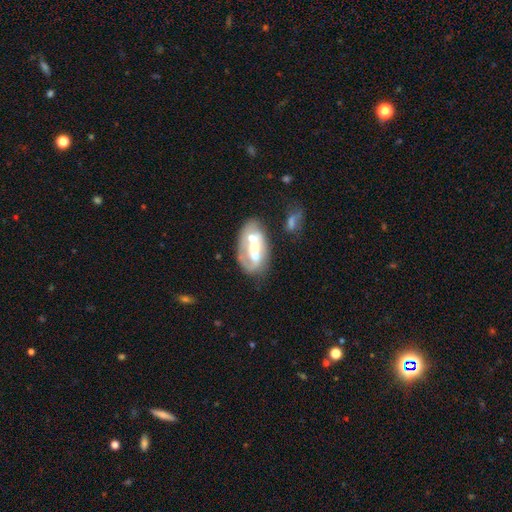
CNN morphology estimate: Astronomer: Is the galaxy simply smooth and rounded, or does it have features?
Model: featured or disk — 64%.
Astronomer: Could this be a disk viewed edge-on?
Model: no — 96%.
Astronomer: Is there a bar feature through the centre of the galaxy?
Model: no — 78%.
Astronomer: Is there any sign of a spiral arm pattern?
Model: no — 65%.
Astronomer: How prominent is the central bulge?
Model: moderate — 61%.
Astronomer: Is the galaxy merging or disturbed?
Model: merger — 59%.